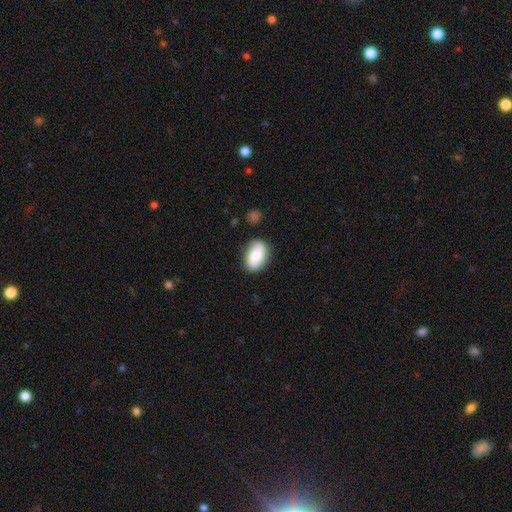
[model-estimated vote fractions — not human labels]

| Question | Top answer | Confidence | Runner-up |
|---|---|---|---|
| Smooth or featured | smooth | 54% | featured or disk (39%) |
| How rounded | in between | 85% | round (13%) |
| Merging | none | 80% | minor disturbance (15%) |